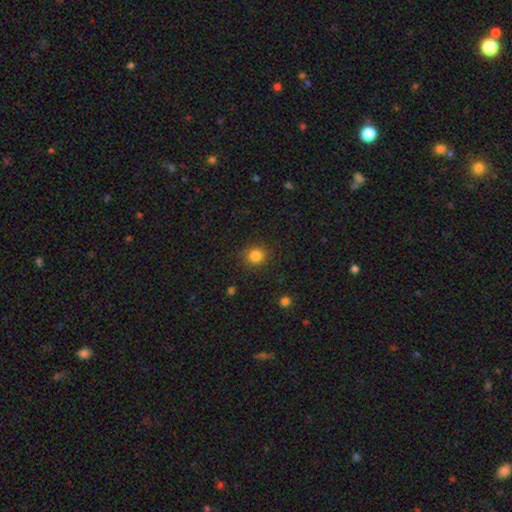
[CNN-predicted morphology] smooth_or_featured: smooth (p=0.84) [alt: star or artifact p=0.12]
how_rounded: round (p=0.87) [alt: in between p=0.12]
merging: none (p=0.87) [alt: minor disturbance p=0.09]